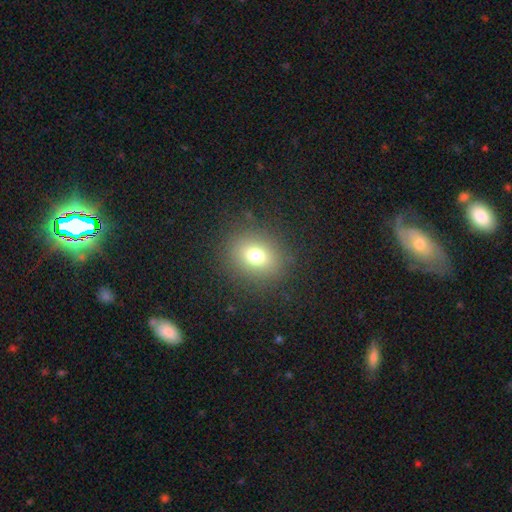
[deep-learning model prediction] This is likely a smooth galaxy (73%). How rounded: likely round (66%). Merging: clearly none (86%).